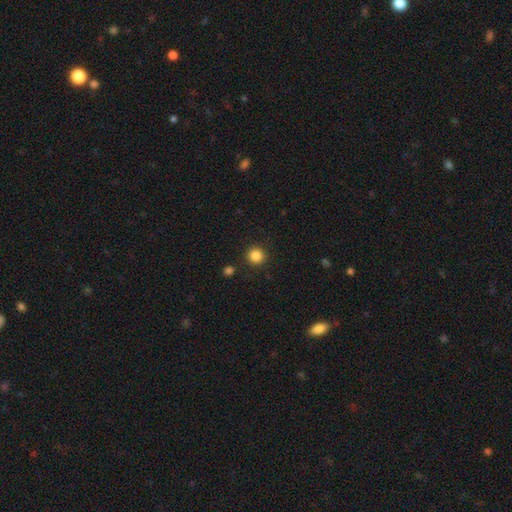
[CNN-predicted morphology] A smooth galaxy with no disk features (85%) that is round (94%).

Vote fractions:
- Smooth or featured? smooth: 85% / star or artifact: 11% / featured or disk: 4%
- How rounded? round: 94% / in between: 5% / cigar-shaped: 1%
- Merging? none: 90% / minor disturbance: 5% / major disturbance: 2% / merger: 2%